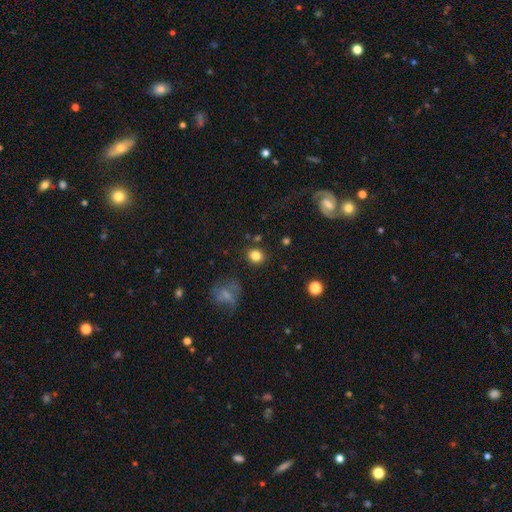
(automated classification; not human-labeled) smooth-or-featured: smooth: 82% | star or artifact: 12% | featured or disk: 6%
  how-rounded: round: 80% | in between: 19% | cigar-shaped: 1%
  merging: none: 85% | minor disturbance: 9% | merger: 3% | major disturbance: 3%